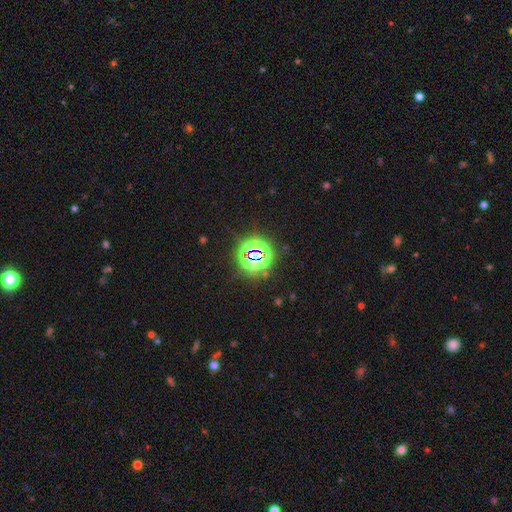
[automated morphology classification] This is likely a star or artifact rather than a galaxy (78%).